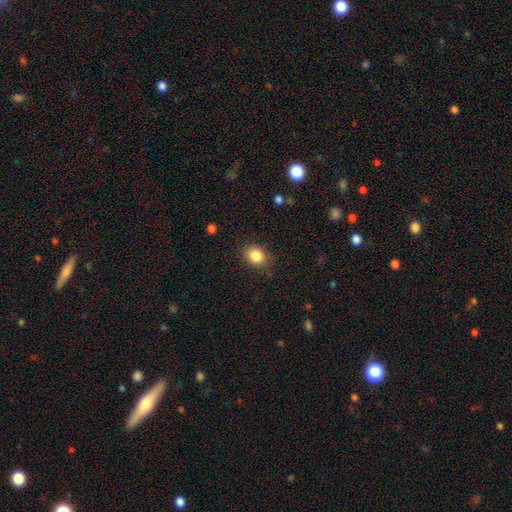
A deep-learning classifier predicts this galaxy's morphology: The model was most divided on "how rounded": round: 58%, in between: 41%, cigar-shaped: 1%. More confident: smooth or featured — smooth (85%); merging — none (84%).